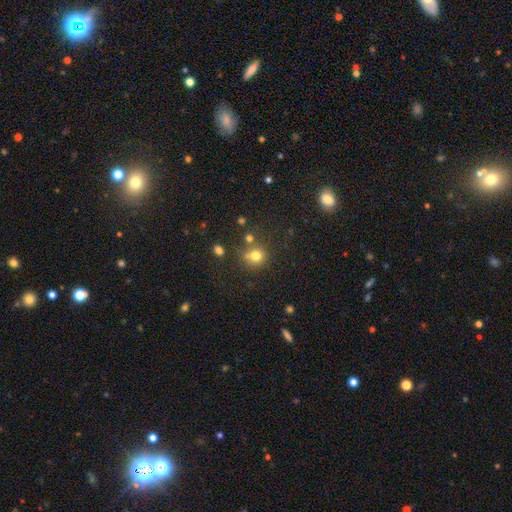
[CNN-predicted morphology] Smooth or featured? smooth (75%)
How rounded? round (83%)
Merging? none (65%)